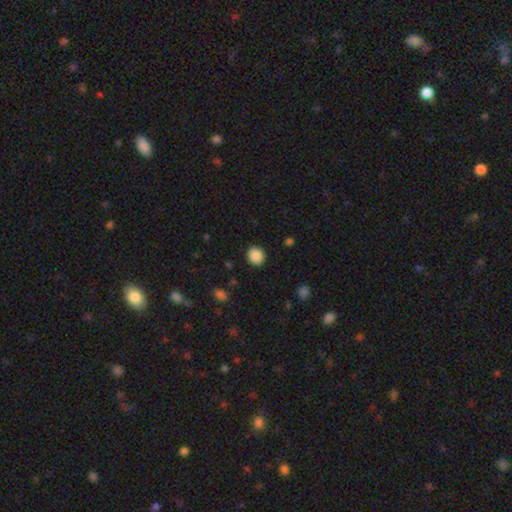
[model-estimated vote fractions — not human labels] This appears to be a smooth galaxy with no disk features (88%) that is round (78%). Merging: none (90%).